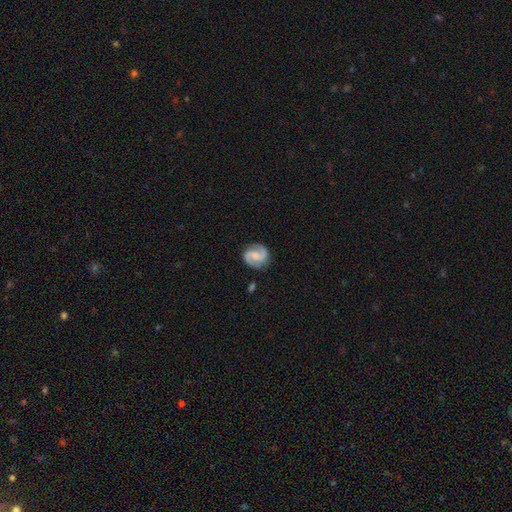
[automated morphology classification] Smooth or featured? Predicted: featured or disk (p=0.85). Edge-on disk? Predicted: no (p=0.98). Bar? Predicted: weak (p=0.46). Spiral arms? Predicted: yes (p=0.98). Spiral winding? Predicted: medium (p=0.54). Spiral arm count? Predicted: 2 (p=0.93). Bulge size? Predicted: small (p=0.33). Merging? Predicted: none (p=0.85).